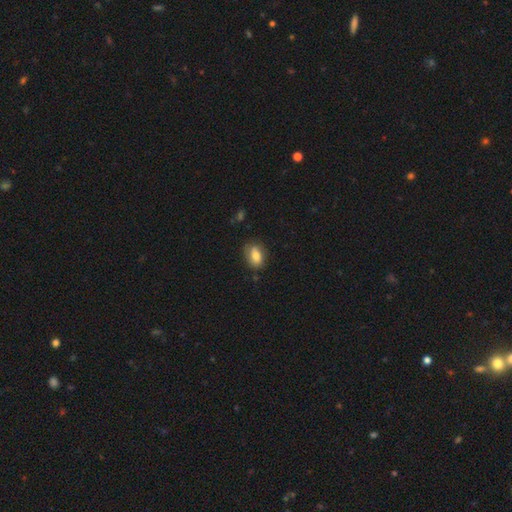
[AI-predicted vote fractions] Smooth or featured? Predicted: smooth (p=0.76). How rounded? Predicted: in between (p=0.81). Merging? Predicted: none (p=0.73).